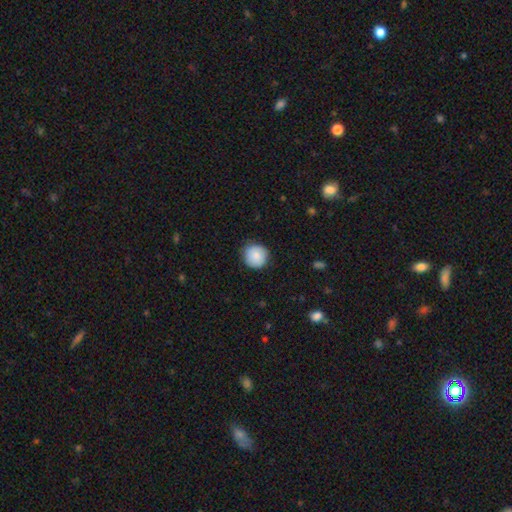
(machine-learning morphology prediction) Q: Smooth or featured?
A: smooth (84%); runner-up: featured or disk (9%)
Q: How rounded?
A: round (94%); runner-up: in between (5%)
Q: Merging?
A: none (86%); runner-up: minor disturbance (11%)